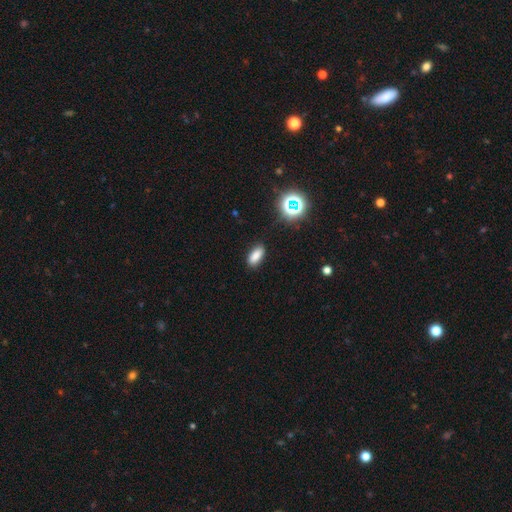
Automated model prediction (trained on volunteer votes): A smooth galaxy with no disk features (80%) that is in between round and cigar-shaped (82%). Merging: none (86%).